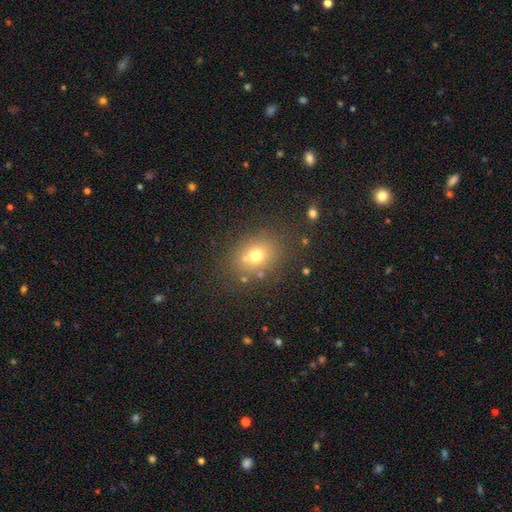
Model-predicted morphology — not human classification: smooth 69%, star or artifact 17%, featured or disk 15%. Down the decision tree: how rounded — round (52%); merging — none (74%).